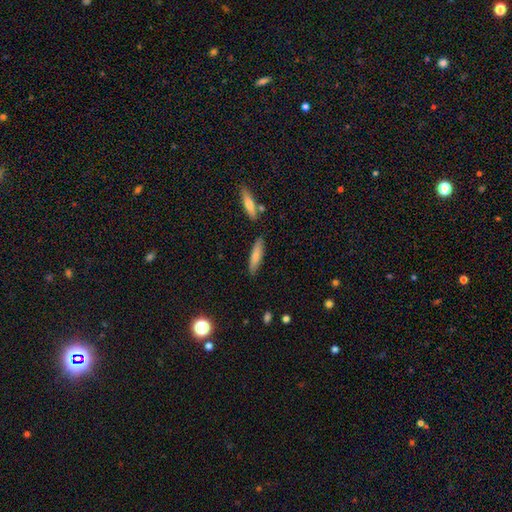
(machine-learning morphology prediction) Smooth or featured? Predicted: smooth (p=0.75). How rounded? Predicted: cigar-shaped (p=0.72). Merging? Predicted: none (p=0.84).